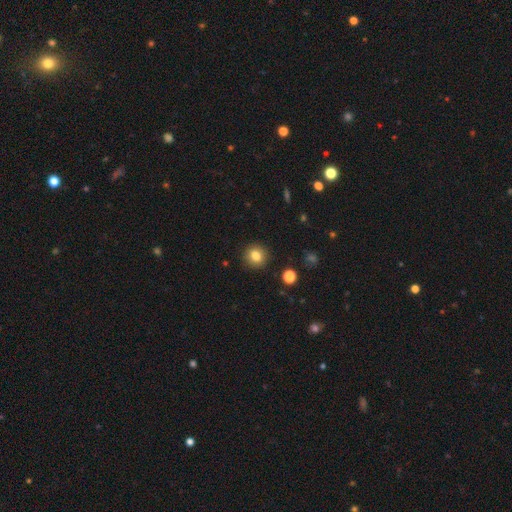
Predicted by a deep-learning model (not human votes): smooth_or_featured: smooth (p=0.83) [alt: star or artifact p=0.11]
how_rounded: round (p=0.90) [alt: in between p=0.10]
merging: none (p=0.91) [alt: minor disturbance p=0.06]